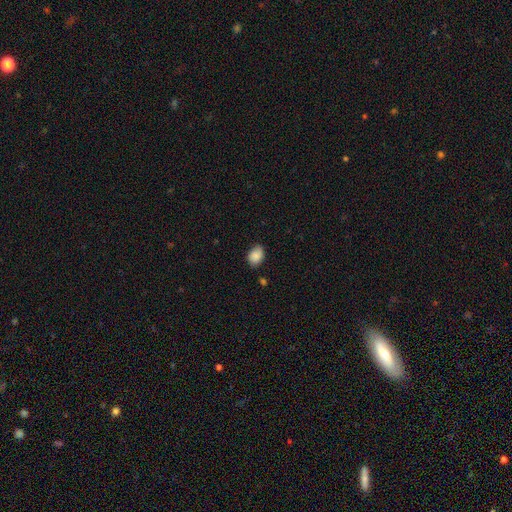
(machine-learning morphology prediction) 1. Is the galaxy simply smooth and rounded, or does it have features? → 88% smooth, 8% star or artifact, 4% featured or disk.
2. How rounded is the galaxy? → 75% in between, 24% round, 1% cigar-shaped.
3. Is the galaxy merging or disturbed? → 78% none, 17% minor disturbance, 3% major disturbance, 2% merger.